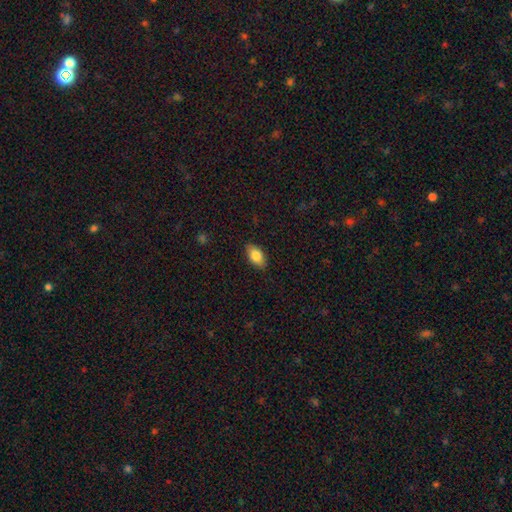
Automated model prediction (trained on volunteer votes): smooth 83%, featured or disk 10%, star or artifact 7%. Down the decision tree: how rounded — in between (92%); merging — none (87%).